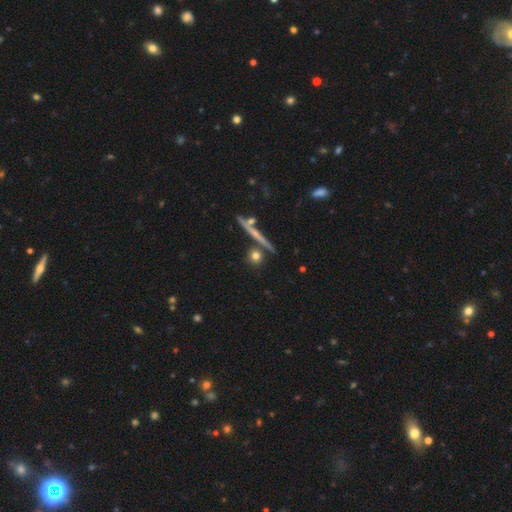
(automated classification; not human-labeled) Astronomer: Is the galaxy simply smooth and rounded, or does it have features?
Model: smooth — 69%.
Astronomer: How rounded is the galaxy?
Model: round — 77%.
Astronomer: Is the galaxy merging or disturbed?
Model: none — 76%.